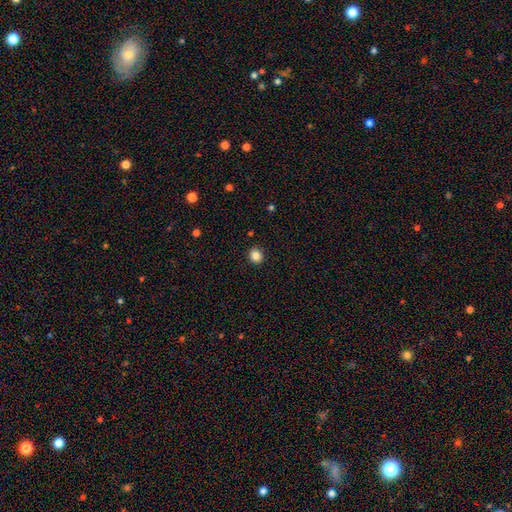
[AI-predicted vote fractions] This appears to be a smooth galaxy with no disk features (85%) that is round (79%). Merging: none (91%).